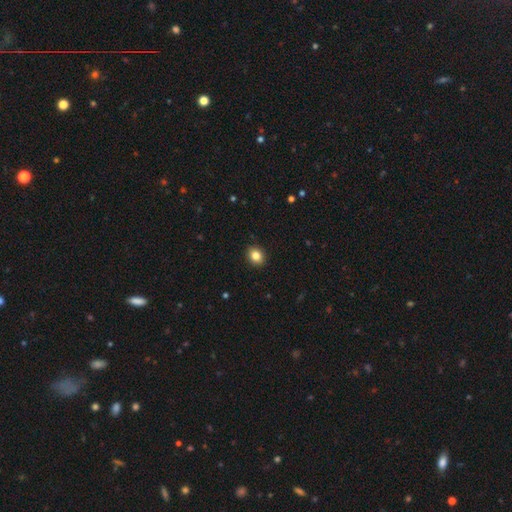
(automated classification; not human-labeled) Smooth or featured? smooth (85%)
How rounded? round (57%)
Merging? none (91%)